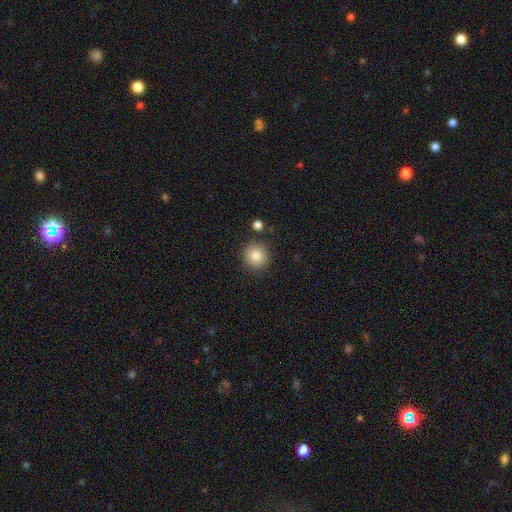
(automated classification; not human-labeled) A smooth galaxy with no disk features (84%) that is round (92%).

Vote fractions:
- Smooth or featured? smooth: 84% / star or artifact: 10% / featured or disk: 6%
- How rounded? round: 92% / in between: 7% / cigar-shaped: 1%
- Merging? none: 86% / minor disturbance: 8% / merger: 4% / major disturbance: 2%